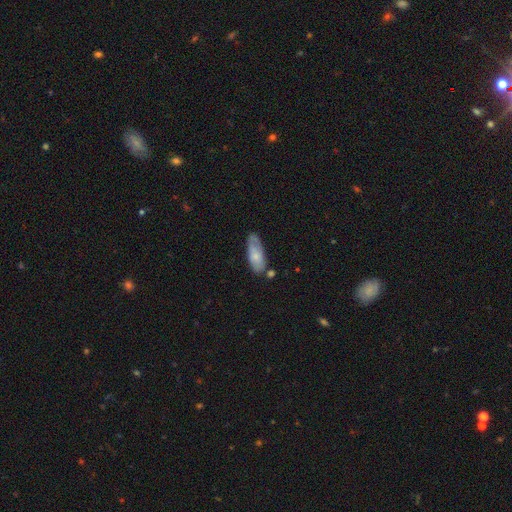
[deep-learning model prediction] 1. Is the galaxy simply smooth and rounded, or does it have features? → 66% smooth, 28% featured or disk, 6% star or artifact.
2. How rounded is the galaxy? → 75% in between, 23% cigar-shaped, 2% round.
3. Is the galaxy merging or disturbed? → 60% none, 26% minor disturbance, 7% merger, 7% major disturbance.